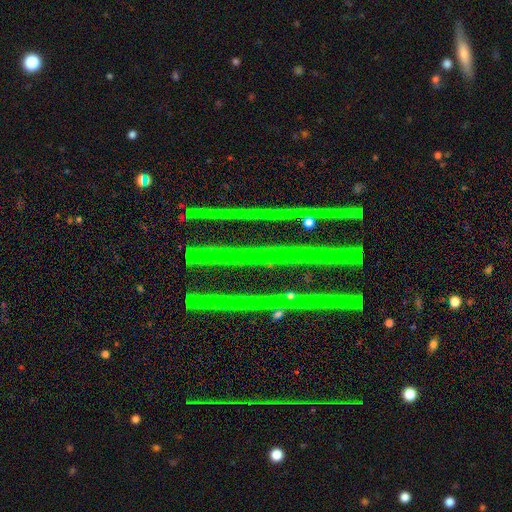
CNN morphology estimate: Q: Smooth or featured?
A: star or artifact (56%); runner-up: featured or disk (35%)